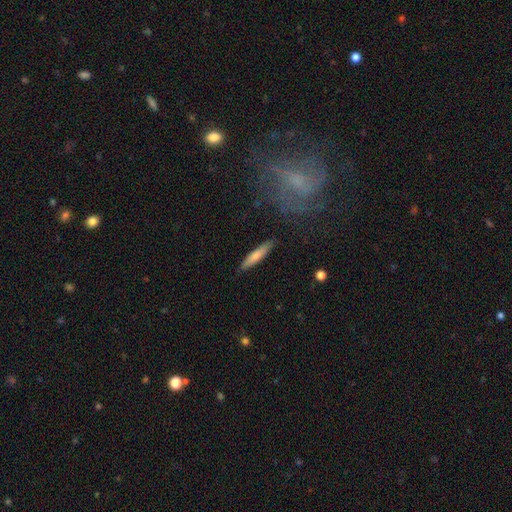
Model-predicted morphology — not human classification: A smooth galaxy with no disk features (73%) that is cigar-shaped (86%). Merging: none (88%).